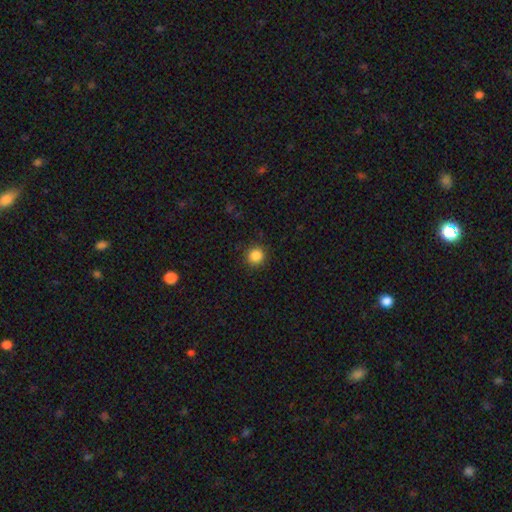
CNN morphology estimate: This appears to be a smooth galaxy with no disk features (86%) that is round (93%). Merging: none (90%).